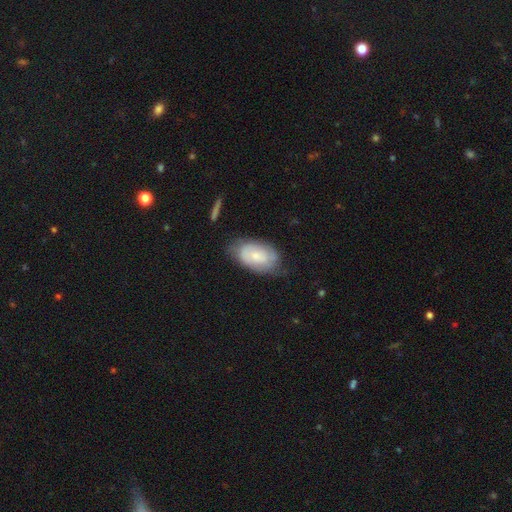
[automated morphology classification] Smooth or featured? smooth (50%)
How rounded? in between (91%)
Merging? none (61%)